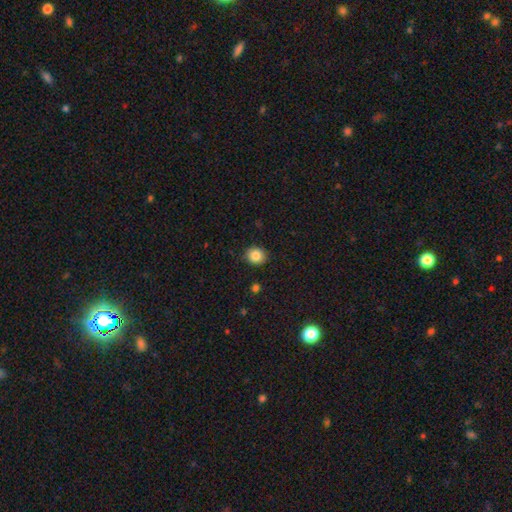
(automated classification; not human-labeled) A smooth galaxy with no disk features (85%) that is round (81%). Merging: none (89%).